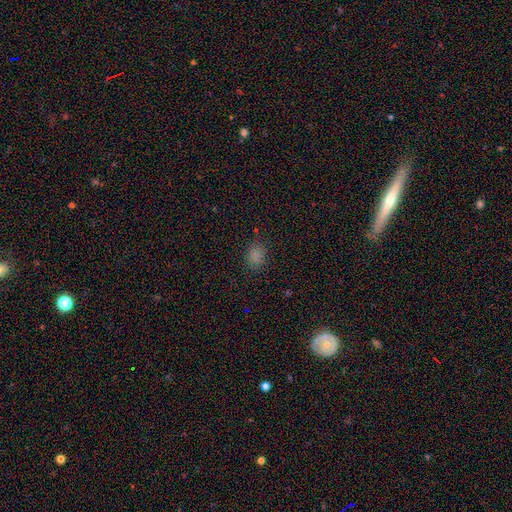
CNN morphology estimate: A smooth galaxy with no disk features (79%) that is in between round and cigar-shaped (52%).

Vote fractions:
- Smooth or featured? smooth: 79% / star or artifact: 17% / featured or disk: 4%
- How rounded? in between: 52% / round: 47% / cigar-shaped: 1%
- Merging? none: 81% / minor disturbance: 14% / major disturbance: 4% / merger: 1%